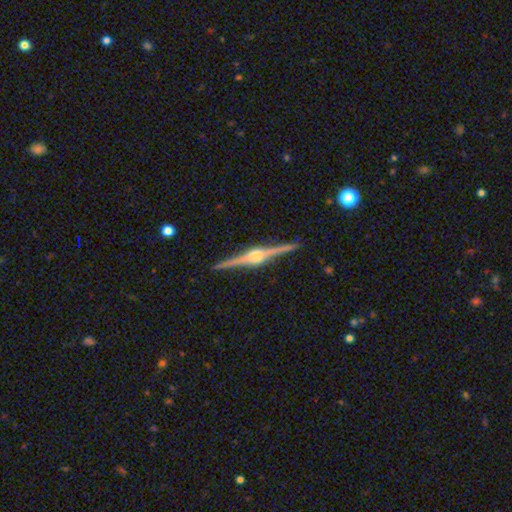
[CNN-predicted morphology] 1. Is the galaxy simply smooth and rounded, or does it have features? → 89% featured or disk, 6% smooth, 5% star or artifact.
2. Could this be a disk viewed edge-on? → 99% yes, 1% no.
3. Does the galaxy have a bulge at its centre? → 92% rounded, 7% boxy, 2% none.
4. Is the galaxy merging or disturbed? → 92% none, 6% minor disturbance, 1% major disturbance, 1% merger.